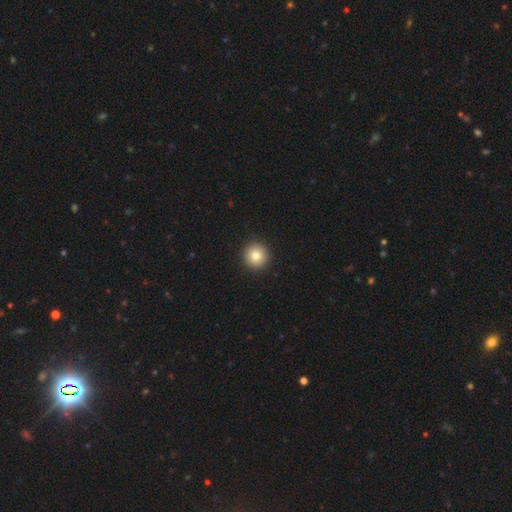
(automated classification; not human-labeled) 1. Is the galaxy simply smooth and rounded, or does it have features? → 81% smooth, 10% star or artifact, 9% featured or disk.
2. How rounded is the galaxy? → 96% round, 3% in between, 1% cigar-shaped.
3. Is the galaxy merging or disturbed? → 93% none, 4% minor disturbance, 1% major disturbance, 1% merger.